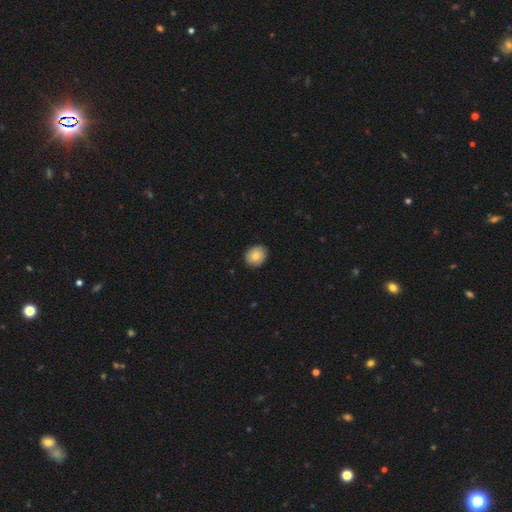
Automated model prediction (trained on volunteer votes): This is clearly a smooth galaxy (81%). How rounded: likely round (61%). Merging: clearly none (85%).